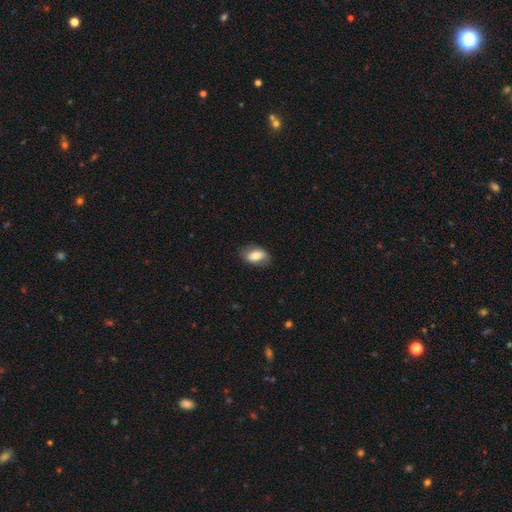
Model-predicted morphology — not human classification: smooth_or_featured: smooth (p=0.78) [alt: featured or disk p=0.15]
how_rounded: in between (p=0.90) [alt: round p=0.07]
merging: none (p=0.78) [alt: minor disturbance p=0.16]